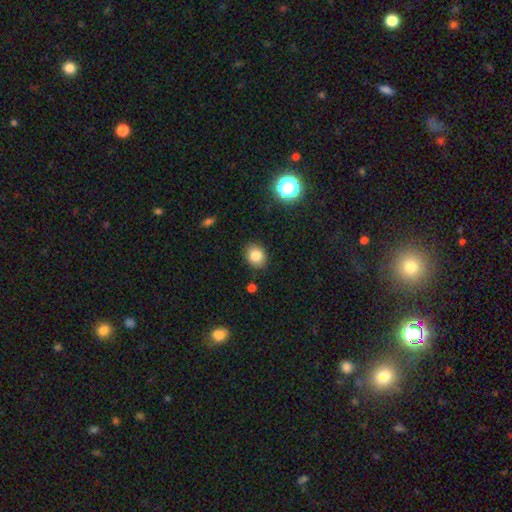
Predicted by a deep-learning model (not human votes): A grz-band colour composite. It shows a smooth galaxy with no disk features (82%) that is round (57%). Merging: none (86%).